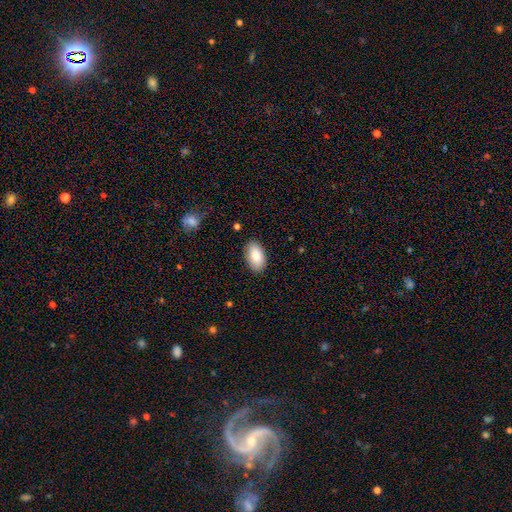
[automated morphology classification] Q: Smooth or featured?
A: smooth (83%); runner-up: featured or disk (10%)
Q: How rounded?
A: in between (95%); runner-up: round (4%)
Q: Merging?
A: none (88%); runner-up: minor disturbance (9%)